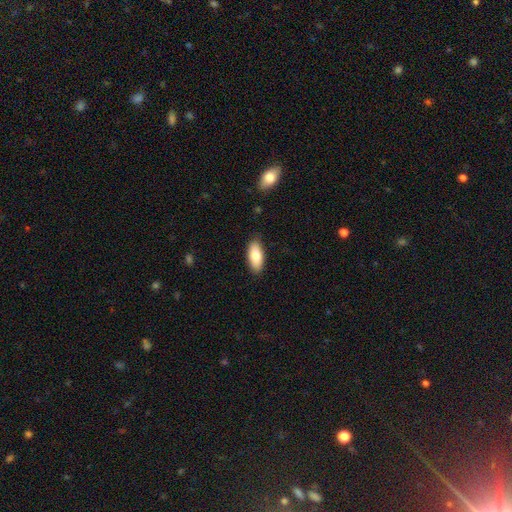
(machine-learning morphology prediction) Smooth or featured? Predicted: smooth (p=0.81). How rounded? Predicted: in between (p=0.85). Merging? Predicted: none (p=0.87).